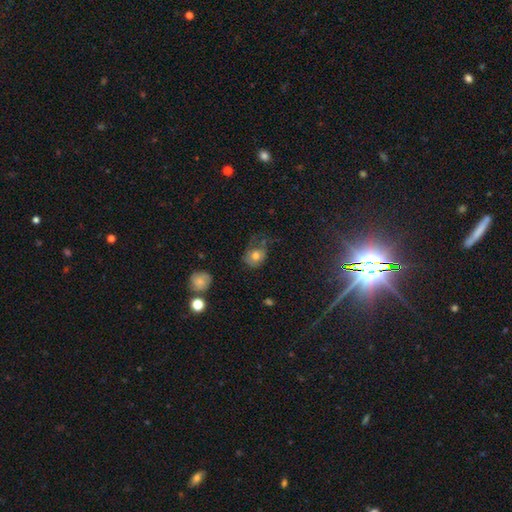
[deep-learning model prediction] This is likely a smooth galaxy (73%). How rounded: likely round (61%). Merging: marginally none (42%).